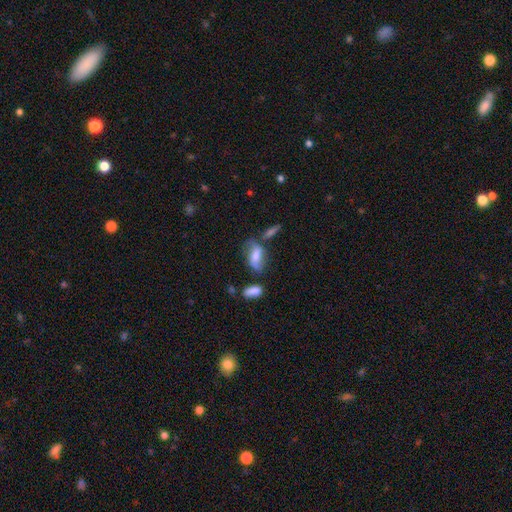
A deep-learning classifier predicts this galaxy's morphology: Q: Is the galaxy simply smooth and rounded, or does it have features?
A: smooth — 50%.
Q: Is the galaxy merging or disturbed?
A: none — 49%.